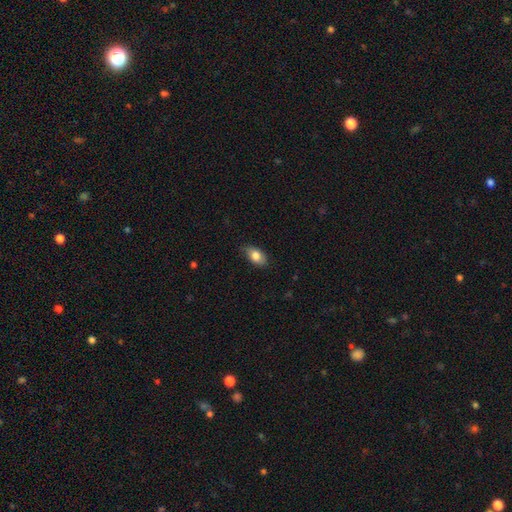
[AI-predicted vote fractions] Smooth or featured?
  - smooth: 82% *
  - featured or disk: 11%
  - star or artifact: 7%
How rounded?
  - in between: 90% *
  - round: 7%
  - cigar-shaped: 3%
Merging?
  - none: 78% *
  - minor disturbance: 18%
  - major disturbance: 3%
  - merger: 1%